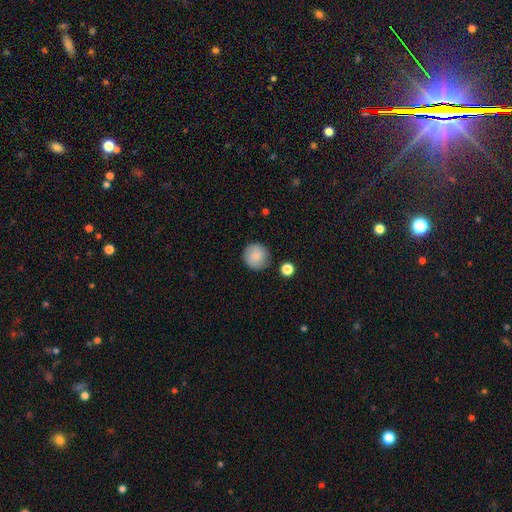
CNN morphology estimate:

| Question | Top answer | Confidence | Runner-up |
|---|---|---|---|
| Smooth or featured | smooth | 85% | star or artifact (7%) |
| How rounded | round | 94% | in between (5%) |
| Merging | none | 85% | minor disturbance (10%) |